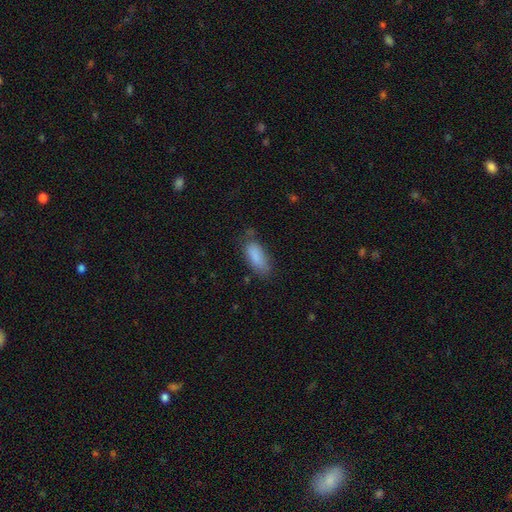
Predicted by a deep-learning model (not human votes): A smooth galaxy with no disk features (86%) that is in between round and cigar-shaped (84%). Merging: none (63%).